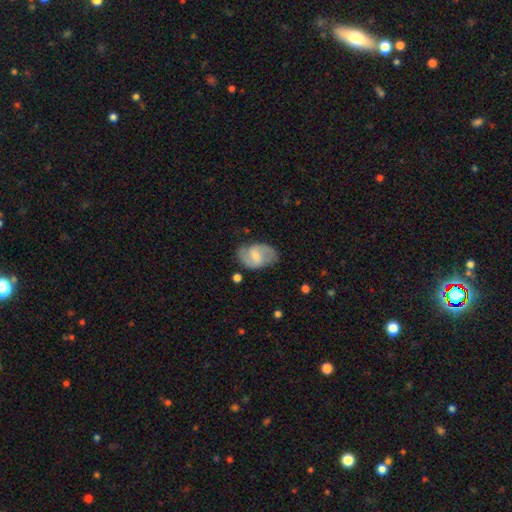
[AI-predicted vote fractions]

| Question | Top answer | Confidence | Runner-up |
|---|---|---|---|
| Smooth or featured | featured or disk | 68% | smooth (26%) |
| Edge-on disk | no | 97% | yes (3%) |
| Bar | weak | 57% | strong (23%) |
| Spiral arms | yes | 88% | no (12%) |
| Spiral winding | medium | 50% | loose (30%) |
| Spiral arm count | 2 | 87% | can't tell (8%) |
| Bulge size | small | 50% | moderate (38%) |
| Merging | none | 74% | minor disturbance (18%) |